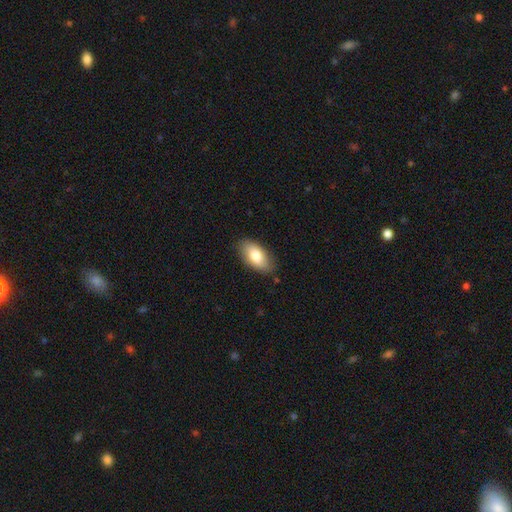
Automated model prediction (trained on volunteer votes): Smooth or featured?
  - smooth: 79% *
  - featured or disk: 15%
  - star or artifact: 6%
How rounded?
  - in between: 92% *
  - cigar-shaped: 5%
  - round: 3%
Merging?
  - none: 84% *
  - minor disturbance: 12%
  - major disturbance: 2%
  - merger: 1%